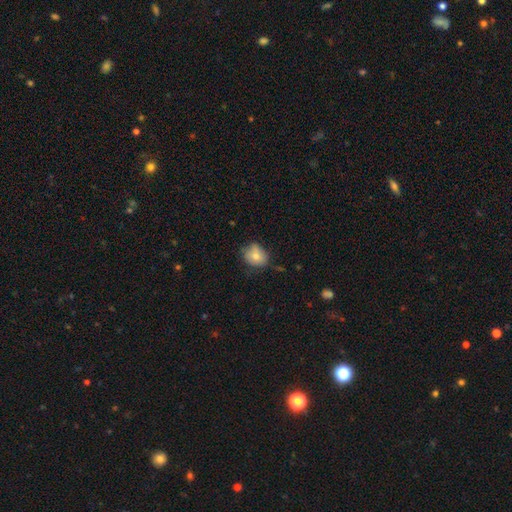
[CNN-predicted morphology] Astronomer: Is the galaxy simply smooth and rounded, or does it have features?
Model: smooth — 76%.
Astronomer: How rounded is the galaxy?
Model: round — 58% (runner-up: in between, 41%).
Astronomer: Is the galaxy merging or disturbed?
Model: none — 61%.